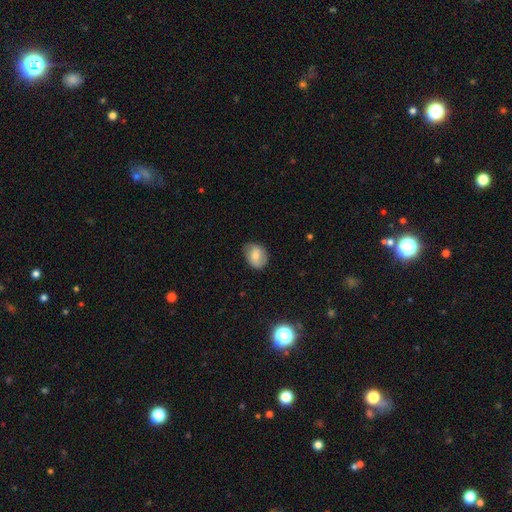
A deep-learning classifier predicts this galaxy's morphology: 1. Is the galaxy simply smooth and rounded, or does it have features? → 68% smooth, 24% featured or disk, 8% star or artifact.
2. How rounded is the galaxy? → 61% in between, 38% round, 1% cigar-shaped.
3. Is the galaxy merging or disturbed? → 77% none, 18% minor disturbance, 4% major disturbance, 1% merger.